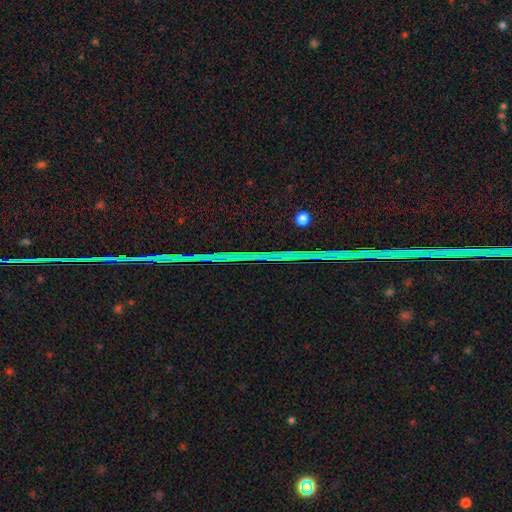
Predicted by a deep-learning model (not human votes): smooth_or_featured: star or artifact (p=0.89) [alt: featured or disk p=0.07]